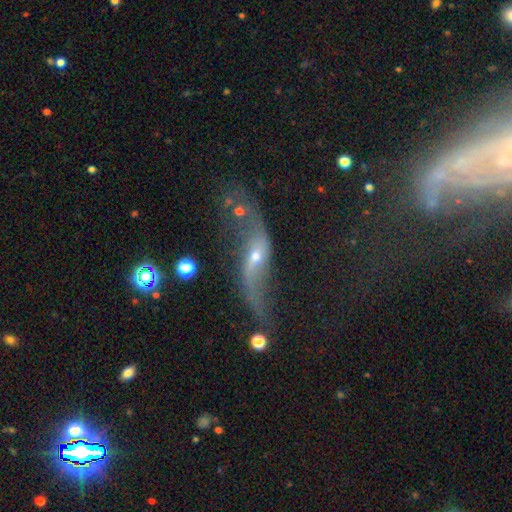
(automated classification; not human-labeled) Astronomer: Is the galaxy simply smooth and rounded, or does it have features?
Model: featured or disk — 79%.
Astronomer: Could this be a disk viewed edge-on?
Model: no — 86%.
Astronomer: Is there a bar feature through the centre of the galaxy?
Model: no — 44% (runner-up: weak, 34%).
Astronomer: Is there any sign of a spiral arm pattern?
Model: yes — 86%.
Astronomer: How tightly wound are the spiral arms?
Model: loose — 94%.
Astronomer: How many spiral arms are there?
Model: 2 — 91%.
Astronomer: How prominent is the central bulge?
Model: small — 58% (runner-up: moderate, 36%).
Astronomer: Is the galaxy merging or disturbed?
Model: none — 43% (runner-up: major disturbance, 26%).